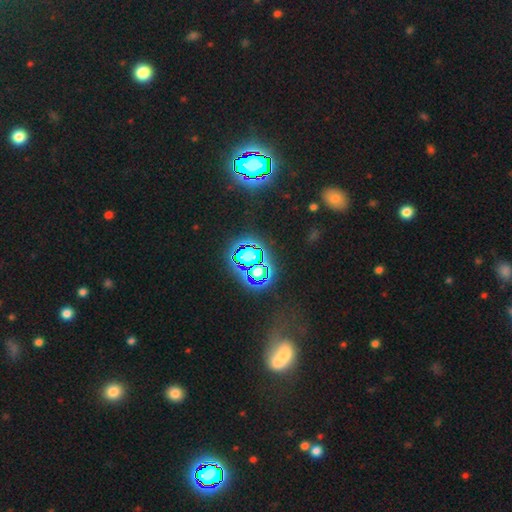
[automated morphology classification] Q: Smooth or featured?
A: star or artifact (71%); runner-up: smooth (18%)